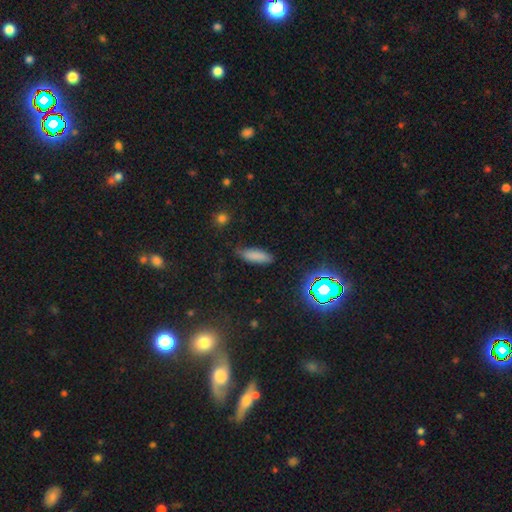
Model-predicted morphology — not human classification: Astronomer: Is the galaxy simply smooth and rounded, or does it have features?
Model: smooth — 79%.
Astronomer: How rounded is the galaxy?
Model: in between — 52% (runner-up: cigar-shaped, 46%).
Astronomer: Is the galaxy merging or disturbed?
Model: none — 76%.